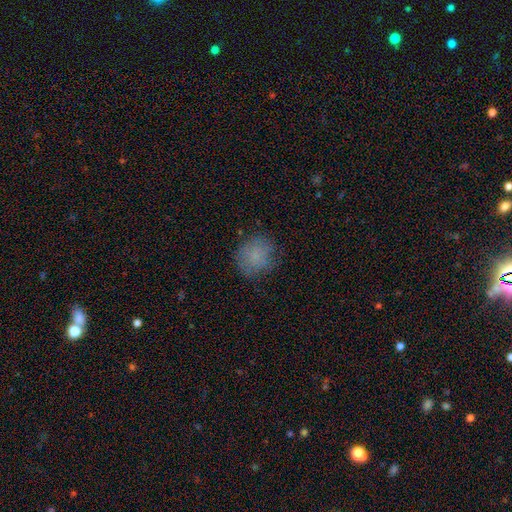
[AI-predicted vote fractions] A smooth galaxy with no disk features (78%) that is round (85%). Merging: none (74%).